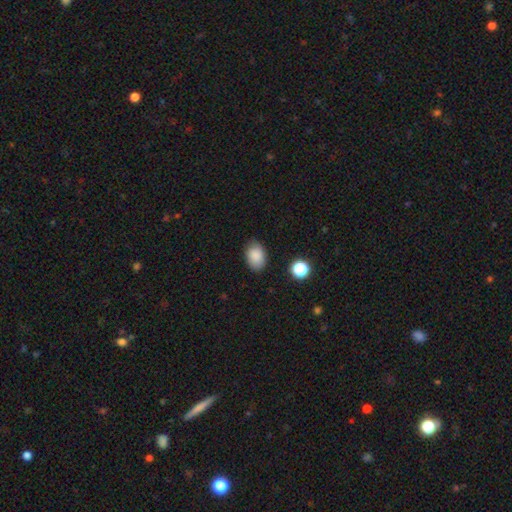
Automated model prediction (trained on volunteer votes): Overall: smooth (87%). How rounded: in between (83%). Merging: none (81%).